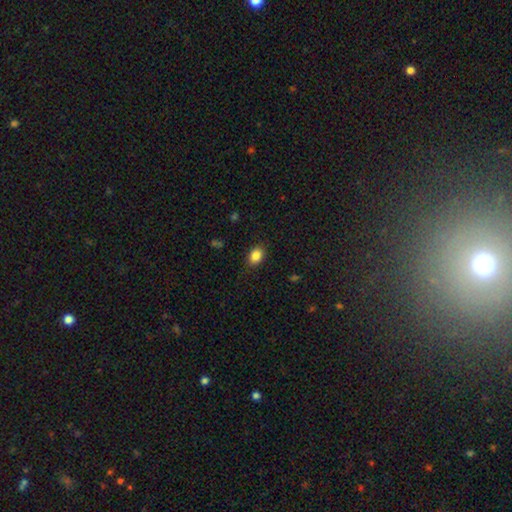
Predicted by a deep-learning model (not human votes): smooth 86%, star or artifact 9%, featured or disk 5%. Down the decision tree: how rounded — in between (69%); merging — none (85%).